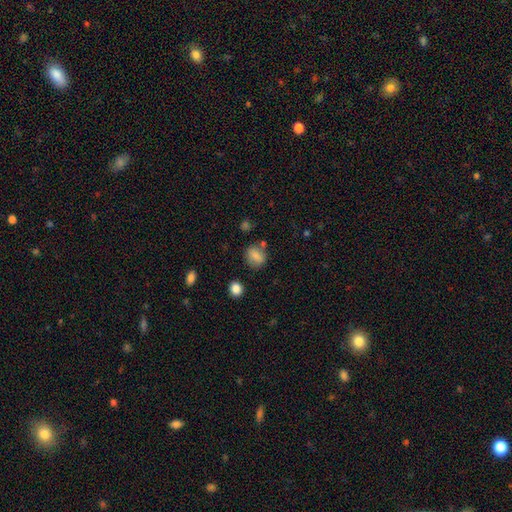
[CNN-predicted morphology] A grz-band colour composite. It shows a smooth galaxy with no disk features (81%) that is round (54%). Merging: none (73%).